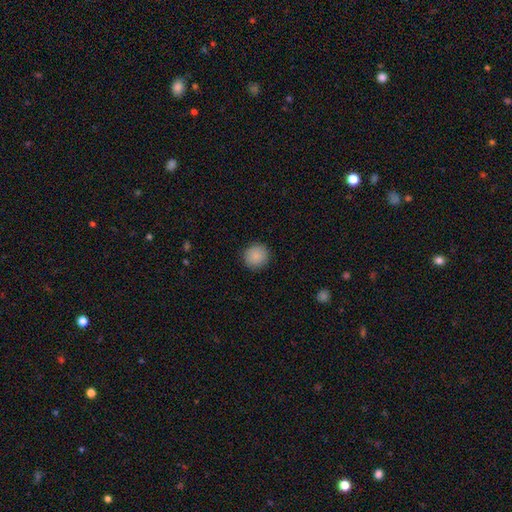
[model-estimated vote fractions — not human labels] smooth 88%, star or artifact 9%, featured or disk 3%. Down the decision tree: how rounded — round (93%); merging — none (91%).